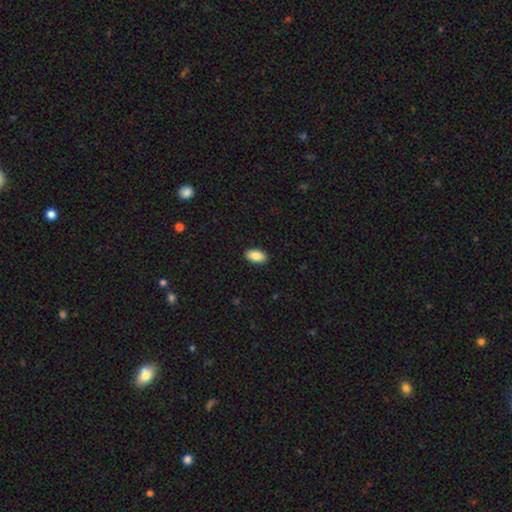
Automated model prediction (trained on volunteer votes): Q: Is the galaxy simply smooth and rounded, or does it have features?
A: smooth — 88%.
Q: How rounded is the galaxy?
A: in between — 94%.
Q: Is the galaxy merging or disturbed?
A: none — 91%.